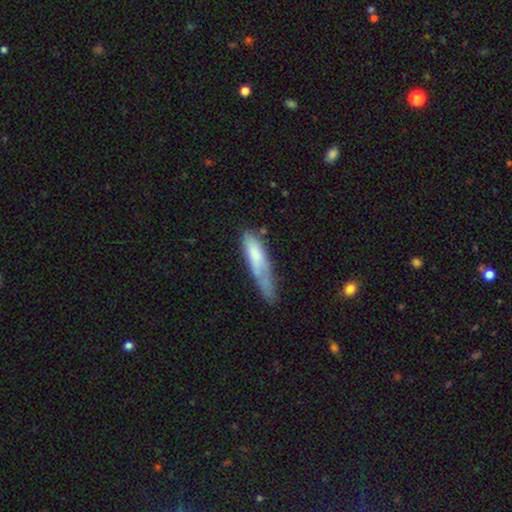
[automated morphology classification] A smooth galaxy with no disk features (69%) that is cigar-shaped (72%). Merging: minor disturbance (38%).